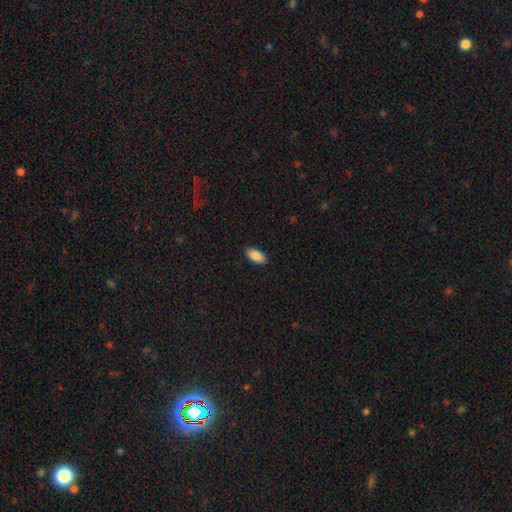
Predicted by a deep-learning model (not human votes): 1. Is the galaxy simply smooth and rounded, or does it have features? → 88% smooth, 7% star or artifact, 6% featured or disk.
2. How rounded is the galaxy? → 94% in between, 3% cigar-shaped, 3% round.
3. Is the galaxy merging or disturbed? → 90% none, 8% minor disturbance, 2% major disturbance, 1% merger.